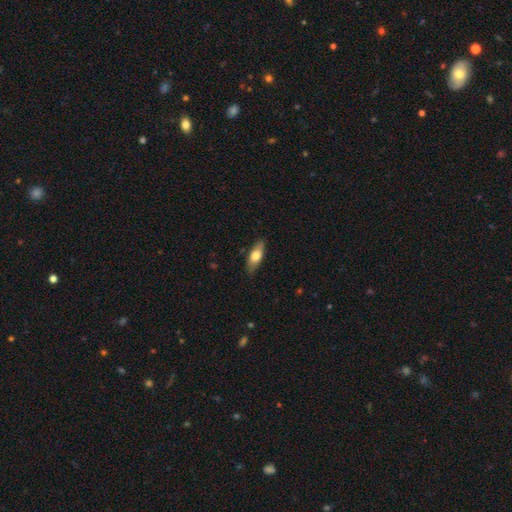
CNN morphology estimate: smooth 69%, featured or disk 25%, star or artifact 6%. Down the decision tree: how rounded — in between (71%); merging — none (84%).